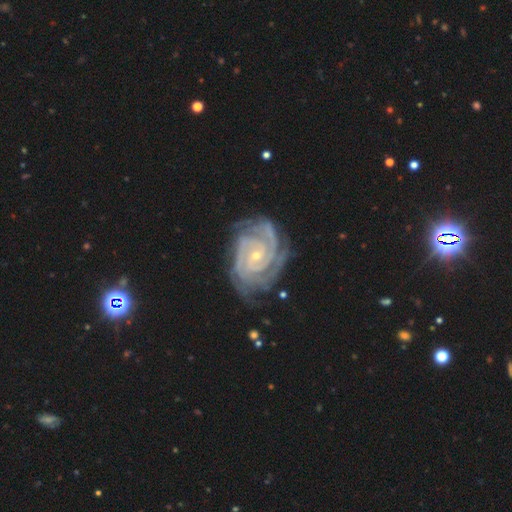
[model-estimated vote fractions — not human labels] The model was most divided on "spiral arm count": 3: 28%, 2: 25%, 4: 19%, can't tell: 13%, more than 4: 8%, 1: 7%. More confident: spiral arms — yes (99%); edge-on disk — no (98%); smooth or featured — featured or disk (92%); spiral winding — tight (81%); bulge size — small (75%); merging — none (71%); bar — no (63%).